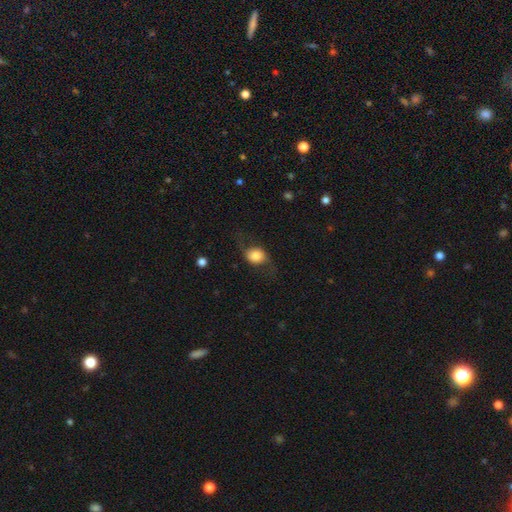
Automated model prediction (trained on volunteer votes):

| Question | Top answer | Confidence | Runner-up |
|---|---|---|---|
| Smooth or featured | smooth | 57% | featured or disk (34%) |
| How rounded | round | 60% | in between (38%) |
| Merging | none | 62% | minor disturbance (19%) |